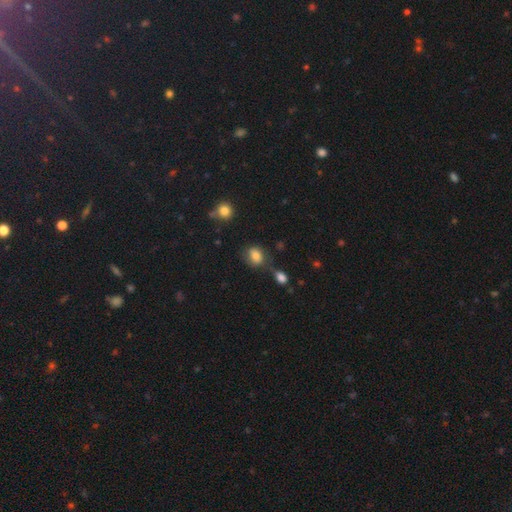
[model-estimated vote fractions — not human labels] Smooth or featured?
  - smooth: 79% *
  - featured or disk: 11%
  - star or artifact: 11%
How rounded?
  - in between: 51% *
  - round: 48%
  - cigar-shaped: 1%
Merging?
  - none: 58% *
  - minor disturbance: 22%
  - merger: 11%
  - major disturbance: 9%